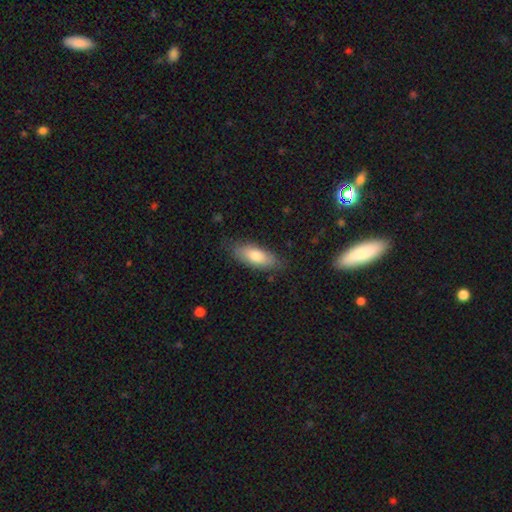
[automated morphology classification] This appears to be a smooth galaxy with no disk features (76%) that is in between round and cigar-shaped (75%). Merging: none (79%).